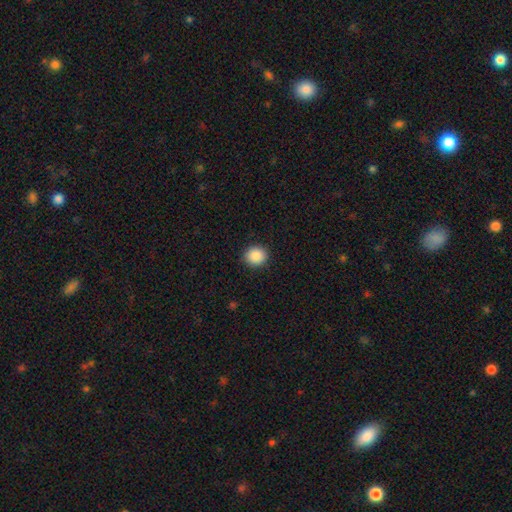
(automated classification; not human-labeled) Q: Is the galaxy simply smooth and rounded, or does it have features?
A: smooth — 89%.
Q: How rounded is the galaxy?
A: round — 86%.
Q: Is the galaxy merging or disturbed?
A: none — 91%.